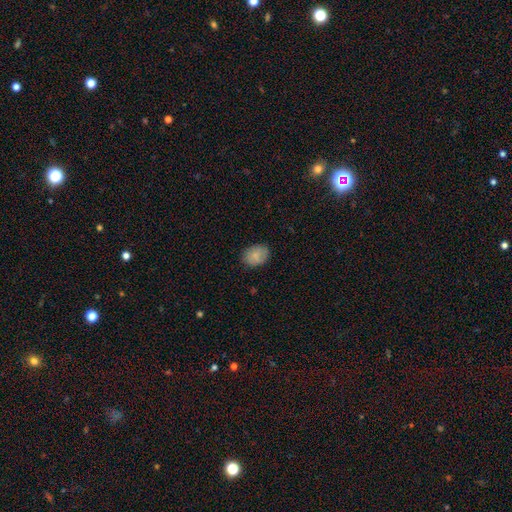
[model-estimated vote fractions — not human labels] This appears to be a smooth galaxy with no disk features (84%) that is in between round and cigar-shaped (66%). Merging: none (83%).